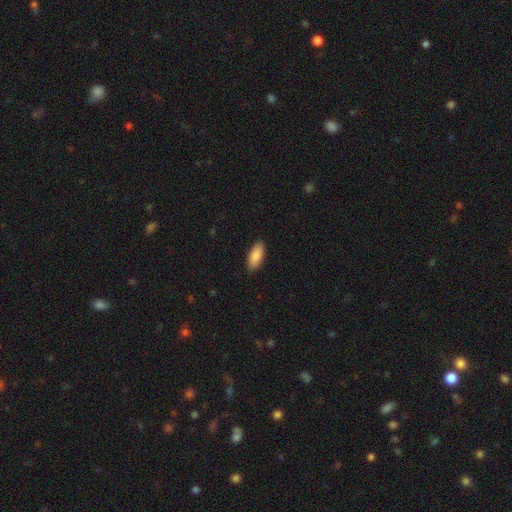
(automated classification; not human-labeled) Morphology: type=smooth (89%); roundness=in between (86%); merging=none (89%).